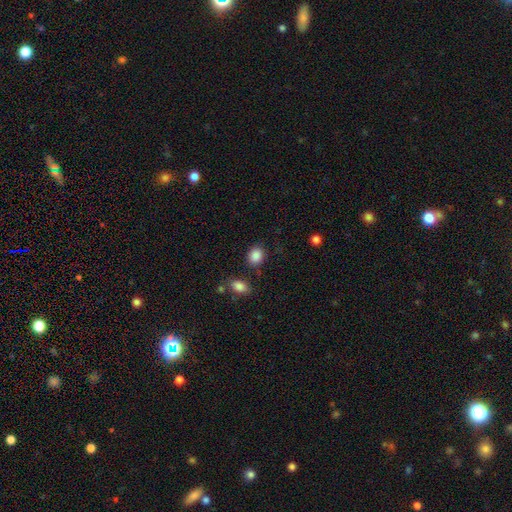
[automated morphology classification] This appears to be a smooth galaxy with no disk features (88%) that is round (56%). Merging: none (78%).